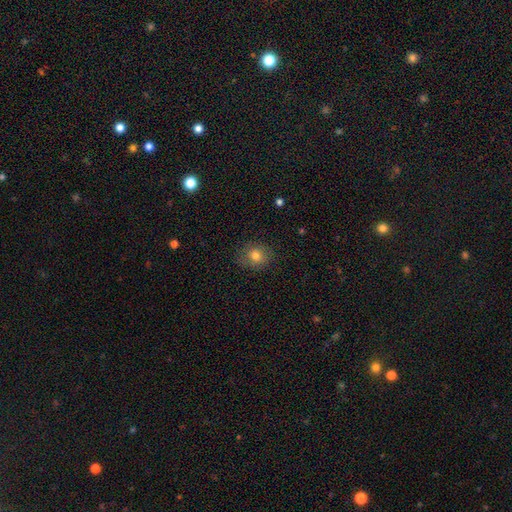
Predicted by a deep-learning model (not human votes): Smooth or featured? smooth (78%)
How rounded? round (69%)
Merging? none (82%)